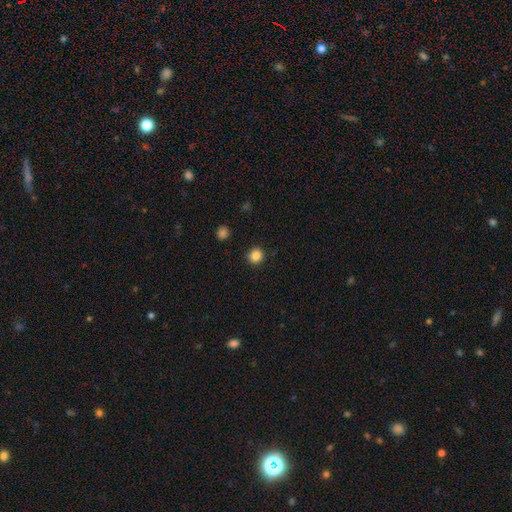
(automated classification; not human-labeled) This is clearly a smooth galaxy (86%). How rounded: clearly round (91%). Merging: clearly none (92%).